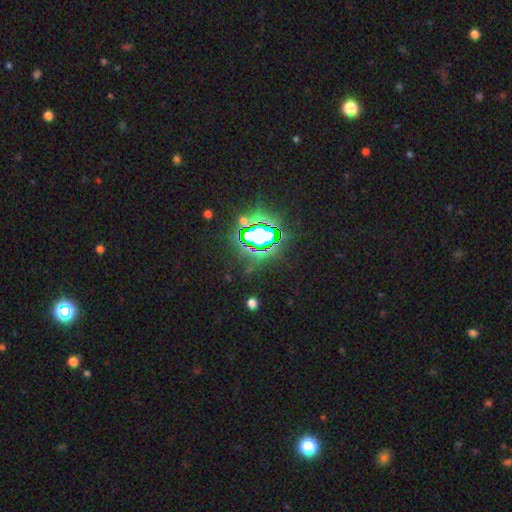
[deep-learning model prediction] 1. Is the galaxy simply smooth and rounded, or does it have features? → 82% star or artifact, 10% smooth, 8% featured or disk.